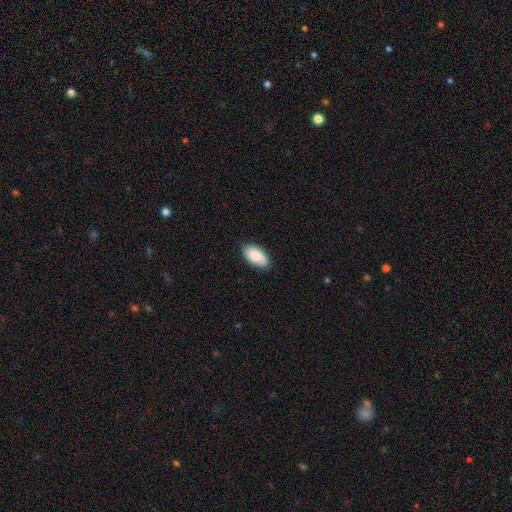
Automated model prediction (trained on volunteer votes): This is clearly a smooth galaxy (86%). How rounded: clearly in between (95%). Merging: clearly none (83%).